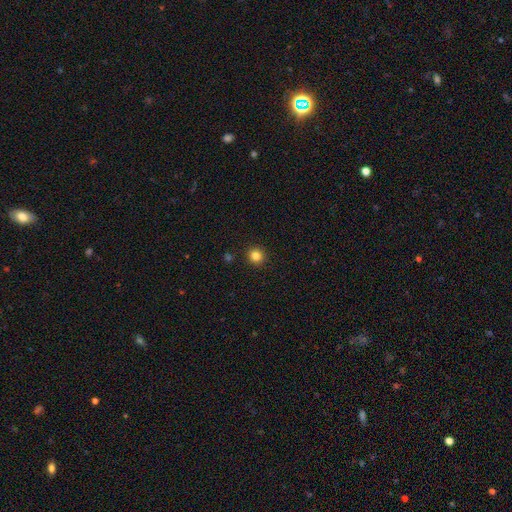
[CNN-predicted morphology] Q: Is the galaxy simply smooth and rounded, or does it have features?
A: smooth — 83%.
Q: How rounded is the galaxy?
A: round — 93%.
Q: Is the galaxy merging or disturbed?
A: none — 92%.